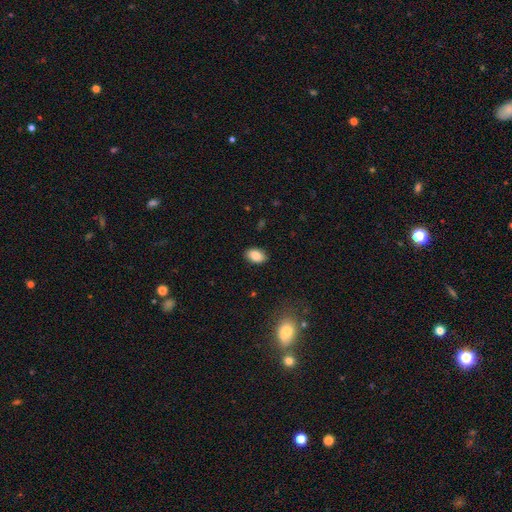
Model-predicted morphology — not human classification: A smooth galaxy with no disk features (87%) that is in between round and cigar-shaped (87%).

Vote fractions:
- Smooth or featured? smooth: 87% / star or artifact: 8% / featured or disk: 5%
- How rounded? in between: 87% / round: 12% / cigar-shaped: 1%
- Merging? none: 87% / minor disturbance: 10% / major disturbance: 2% / merger: 1%